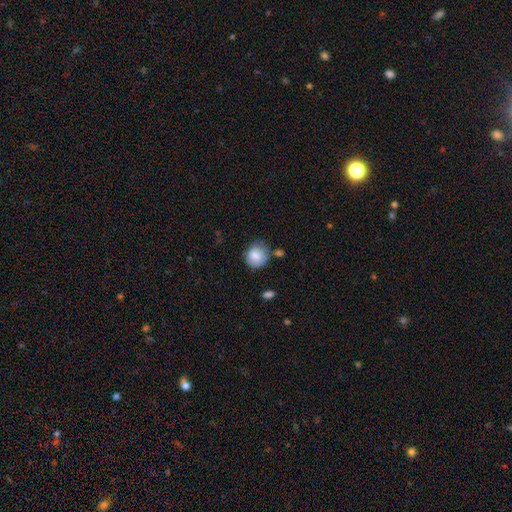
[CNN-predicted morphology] Q: Smooth or featured?
A: smooth (82%); runner-up: featured or disk (11%)
Q: How rounded?
A: round (81%); runner-up: in between (18%)
Q: Merging?
A: none (64%); runner-up: minor disturbance (24%)